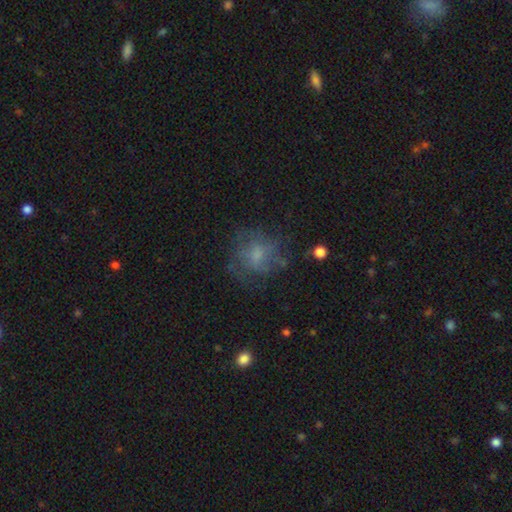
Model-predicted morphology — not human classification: Smooth or featured?
  - smooth: 45% *
  - featured or disk: 41%
  - star or artifact: 14%
Merging?
  - none: 60% *
  - minor disturbance: 20%
  - major disturbance: 18%
  - merger: 2%